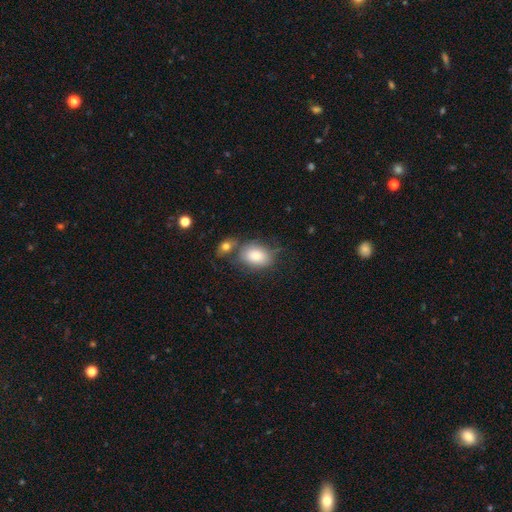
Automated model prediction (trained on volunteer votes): This appears to be a smooth galaxy with no disk features (82%) that is in between round and cigar-shaped (79%). Merging: none (53%).